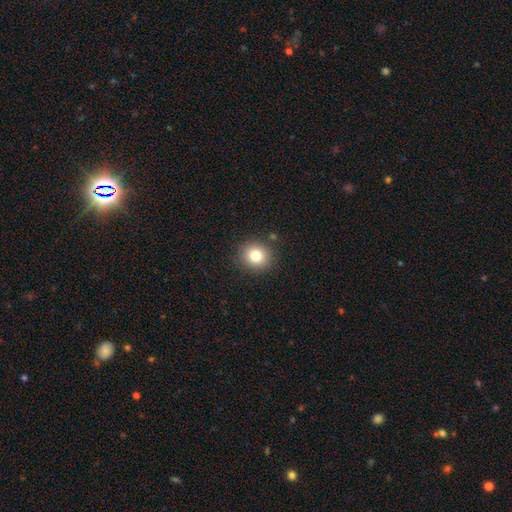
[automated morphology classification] Overall: smooth (80%). How rounded: round (84%). Merging: none (87%).